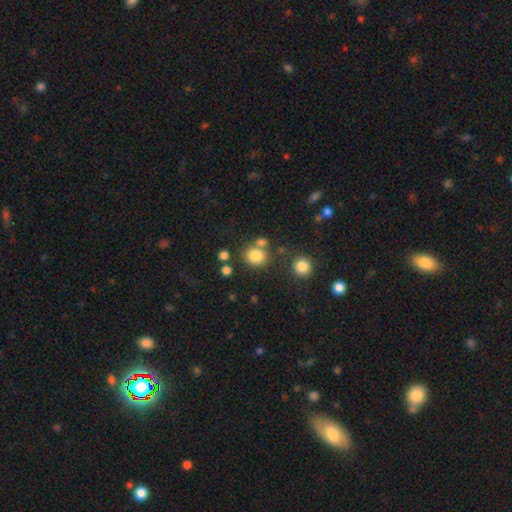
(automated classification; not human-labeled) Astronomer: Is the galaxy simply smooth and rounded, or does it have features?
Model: smooth — 80%.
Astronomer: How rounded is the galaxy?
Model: round — 84%.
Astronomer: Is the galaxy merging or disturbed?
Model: none — 68%.